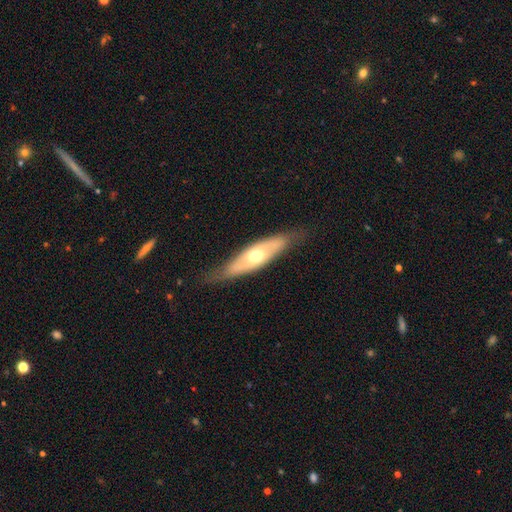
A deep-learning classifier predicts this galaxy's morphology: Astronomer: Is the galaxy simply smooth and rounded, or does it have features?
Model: featured or disk — 52% (runner-up: smooth, 42%).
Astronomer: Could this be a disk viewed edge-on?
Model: no — 52% (runner-up: yes, 48%).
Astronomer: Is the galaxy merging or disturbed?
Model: none — 73%.